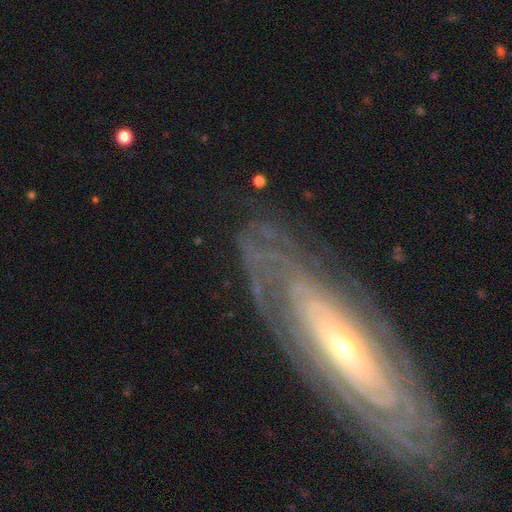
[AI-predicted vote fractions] This is likely a featured or disk galaxy (80%). It is clearly not viewed edge-on (86%). Bar: possibly no (58%). Spiral arm pattern: clearly yes (87%). Spiral arm count: possibly can't tell (48%). Spiral winding: likely tight (73%). Central bulge: likely small (64%). Merging: likely none (71%).